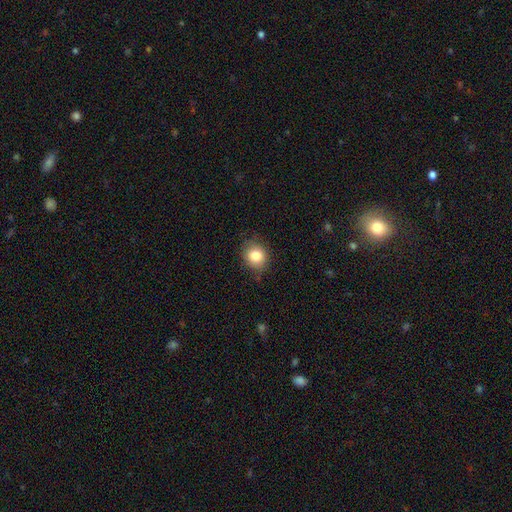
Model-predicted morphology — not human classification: Smooth or featured?
  - smooth: 83% *
  - star or artifact: 10%
  - featured or disk: 7%
How rounded?
  - round: 75% *
  - in between: 24%
  - cigar-shaped: 1%
Merging?
  - none: 81% *
  - minor disturbance: 15%
  - major disturbance: 3%
  - merger: 1%